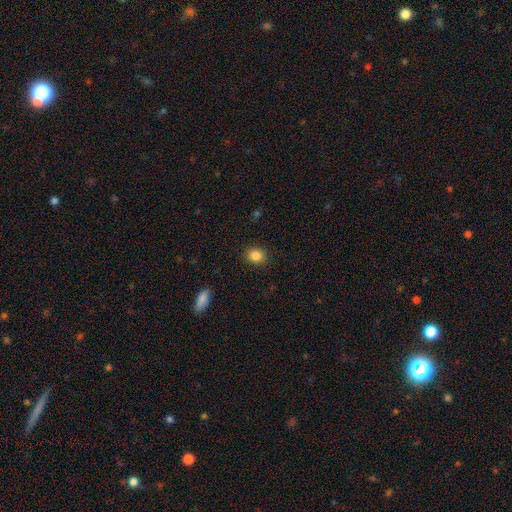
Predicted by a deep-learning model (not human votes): Smooth or featured?
  - smooth: 85% *
  - star or artifact: 10%
  - featured or disk: 5%
How rounded?
  - round: 59% *
  - in between: 40%
  - cigar-shaped: 1%
Merging?
  - none: 90% *
  - minor disturbance: 7%
  - major disturbance: 2%
  - merger: 1%